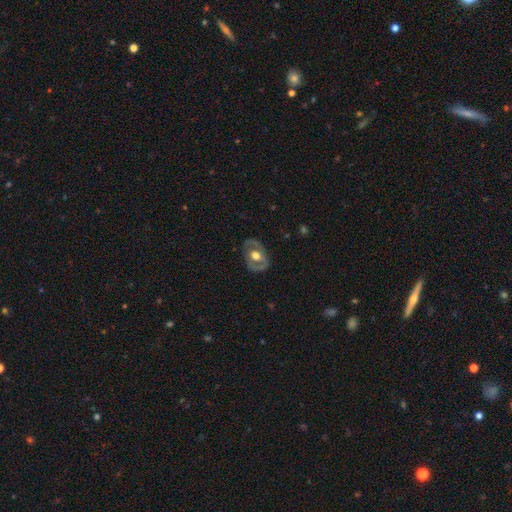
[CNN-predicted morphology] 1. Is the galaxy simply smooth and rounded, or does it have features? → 65% featured or disk, 30% smooth, 6% star or artifact.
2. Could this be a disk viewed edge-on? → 93% no, 7% yes.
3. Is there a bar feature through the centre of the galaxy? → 70% no, 22% weak, 8% strong.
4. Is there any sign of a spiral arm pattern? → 67% no, 33% yes.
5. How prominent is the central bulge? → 57% moderate, 36% large, 4% small, 2% dominant, 1% none.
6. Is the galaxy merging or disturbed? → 76% none, 16% minor disturbance, 7% major disturbance, 1% merger.